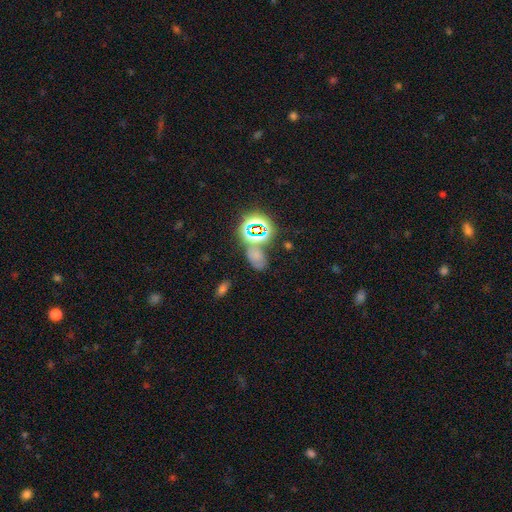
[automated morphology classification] smooth 46%, star or artifact 44%, featured or disk 11%. Down the decision tree: merging — none (51%).